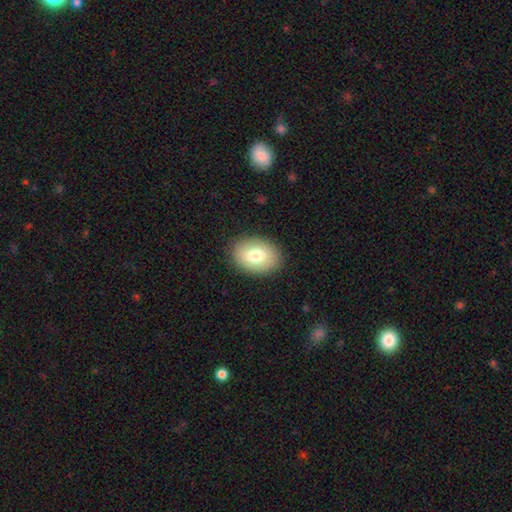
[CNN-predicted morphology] Q: Smooth or featured?
A: smooth (76%); runner-up: featured or disk (16%)
Q: How rounded?
A: in between (78%); runner-up: round (21%)
Q: Merging?
A: none (88%); runner-up: minor disturbance (9%)